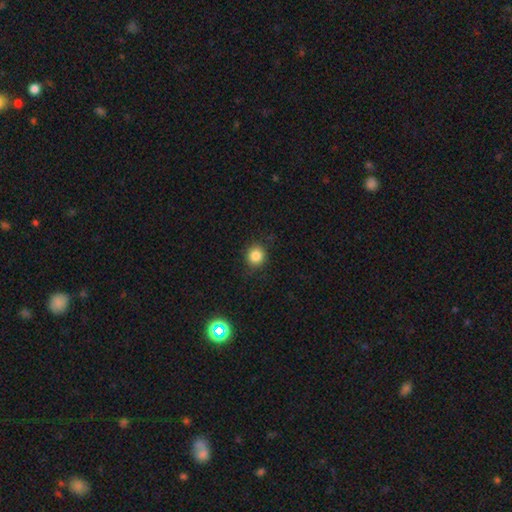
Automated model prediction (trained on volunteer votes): This appears to be a smooth galaxy with no disk features (84%) that is round (87%). Merging: none (85%).